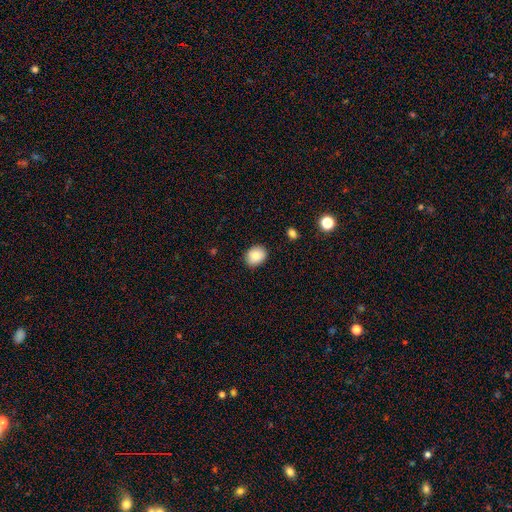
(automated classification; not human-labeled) Q: Smooth or featured?
A: smooth (82%); runner-up: featured or disk (10%)
Q: How rounded?
A: round (56%); runner-up: in between (43%)
Q: Merging?
A: none (87%); runner-up: minor disturbance (10%)